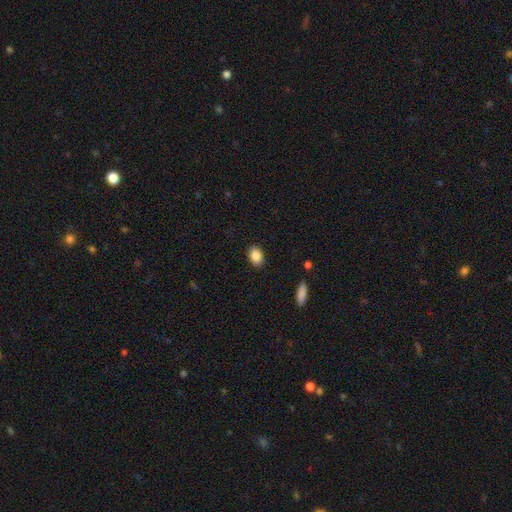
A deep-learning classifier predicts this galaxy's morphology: Smooth or featured: smooth — 87% (star or artifact — 8%)
How rounded: in between — 79% (round — 20%)
Merging: none — 88% (minor disturbance — 9%)